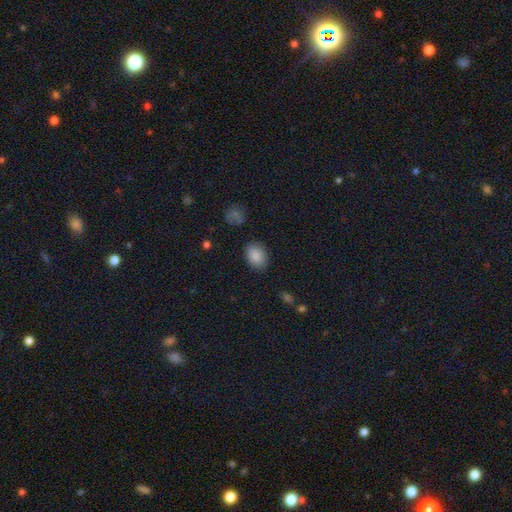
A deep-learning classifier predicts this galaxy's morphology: Smooth or featured: smooth — 88% (star or artifact — 8%)
How rounded: in between — 75% (round — 24%)
Merging: none — 84% (minor disturbance — 11%)